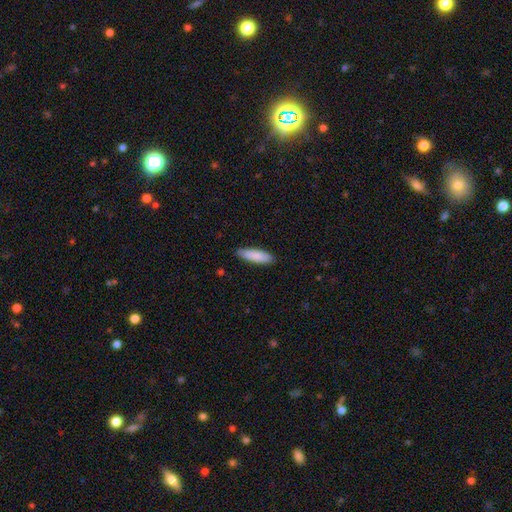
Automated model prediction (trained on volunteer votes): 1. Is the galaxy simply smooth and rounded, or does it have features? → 88% smooth, 7% featured or disk, 5% star or artifact.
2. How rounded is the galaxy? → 60% cigar-shaped, 38% in between, 1% round.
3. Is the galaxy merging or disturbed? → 87% none, 11% minor disturbance, 2% major disturbance, 1% merger.